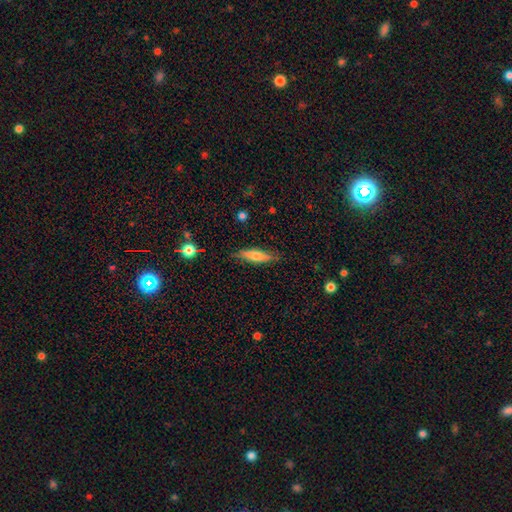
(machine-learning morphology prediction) The model was most divided on "smooth or featured": smooth: 55%, featured or disk: 38%, star or artifact: 7%. More confident: merging — none (85%); how rounded — cigar-shaped (74%).